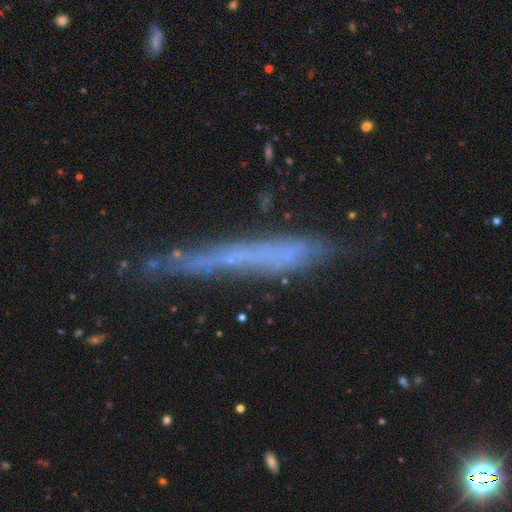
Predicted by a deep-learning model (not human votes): Smooth or featured? Predicted: featured or disk (p=0.49). Merging? Predicted: none (p=0.66).